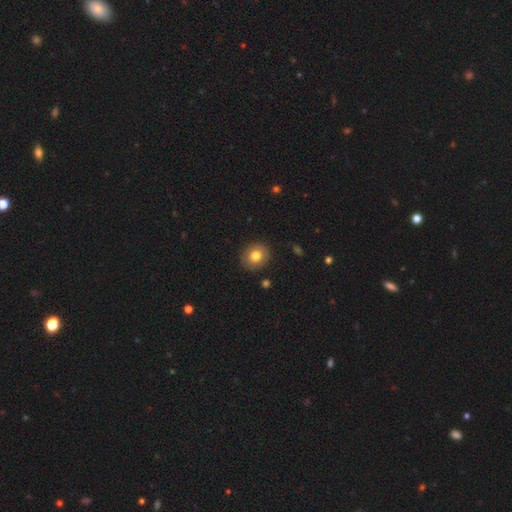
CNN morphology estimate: A smooth galaxy with no disk features (79%) that is round (79%).

Vote fractions:
- Smooth or featured? smooth: 79% / featured or disk: 12% / star or artifact: 9%
- How rounded? round: 79% / in between: 20% / cigar-shaped: 1%
- Merging? none: 90% / minor disturbance: 7% / major disturbance: 2% / merger: 1%